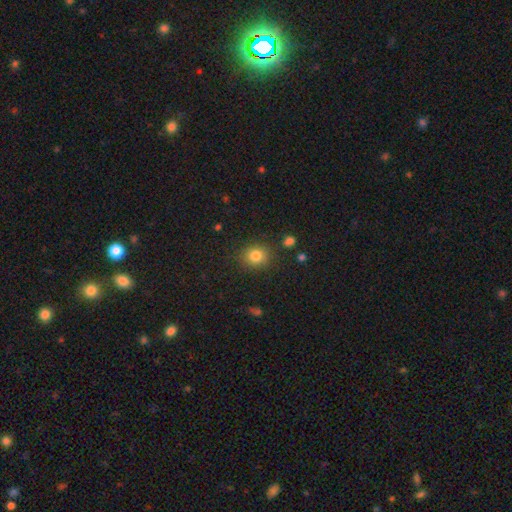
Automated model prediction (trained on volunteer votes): smooth_or_featured: smooth (p=0.82) [alt: star or artifact p=0.12]
how_rounded: round (p=0.76) [alt: in between p=0.23]
merging: none (p=0.85) [alt: minor disturbance p=0.10]